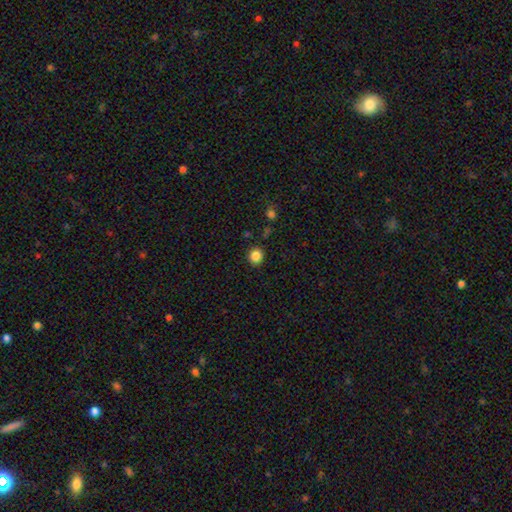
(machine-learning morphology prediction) smooth-or-featured: smooth: 84% | star or artifact: 11% | featured or disk: 4%
  how-rounded: round: 89% | in between: 10% | cigar-shaped: 1%
  merging: none: 90% | minor disturbance: 6% | major disturbance: 2% | merger: 2%